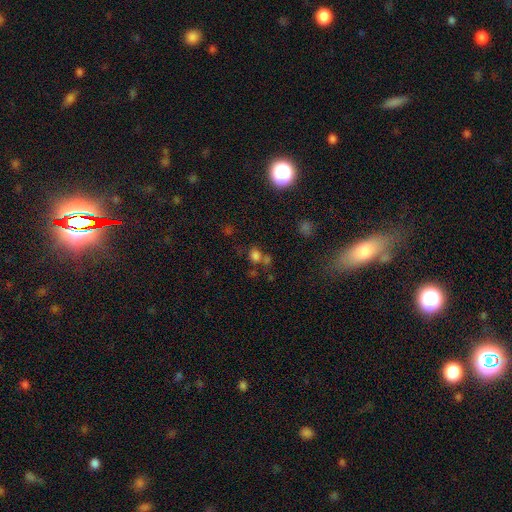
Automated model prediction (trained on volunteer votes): Morphology: type=smooth (69%); roundness=round (67%); merging=none (53%).